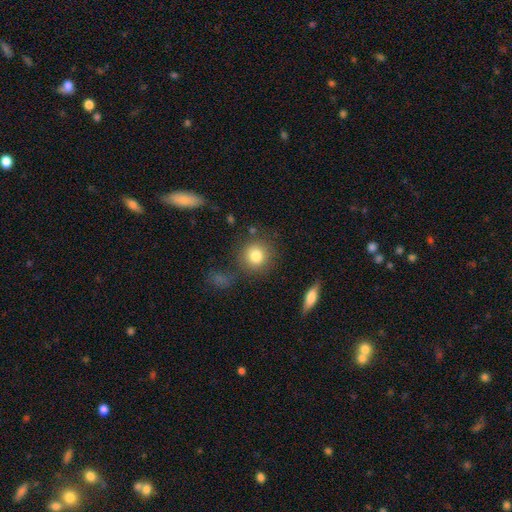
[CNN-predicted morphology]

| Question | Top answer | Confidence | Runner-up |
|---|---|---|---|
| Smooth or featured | smooth | 82% | star or artifact (10%) |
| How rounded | round | 89% | in between (10%) |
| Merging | none | 79% | minor disturbance (11%) |